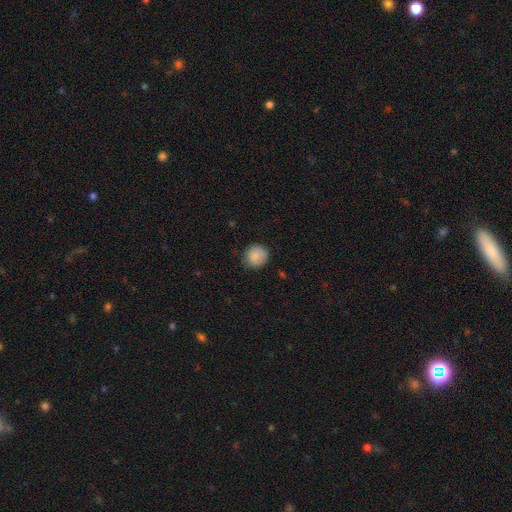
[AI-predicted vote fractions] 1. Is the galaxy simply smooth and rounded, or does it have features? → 87% smooth, 8% star or artifact, 6% featured or disk.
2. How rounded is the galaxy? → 90% round, 9% in between, 1% cigar-shaped.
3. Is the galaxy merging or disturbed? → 81% none, 15% minor disturbance, 3% major disturbance, 1% merger.